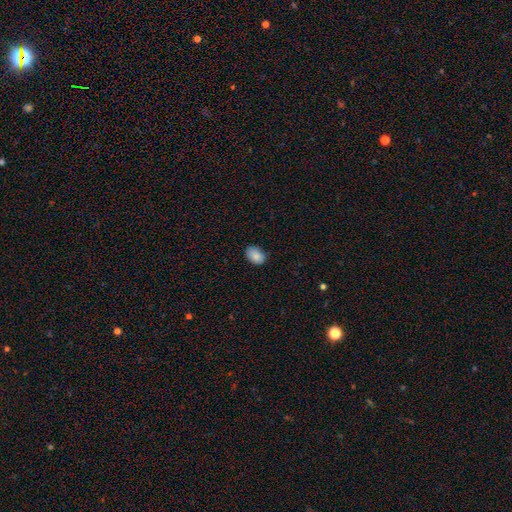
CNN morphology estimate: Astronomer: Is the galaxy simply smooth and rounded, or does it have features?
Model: smooth — 88%.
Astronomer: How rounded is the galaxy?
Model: in between — 82%.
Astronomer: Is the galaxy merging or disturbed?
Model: none — 80%.